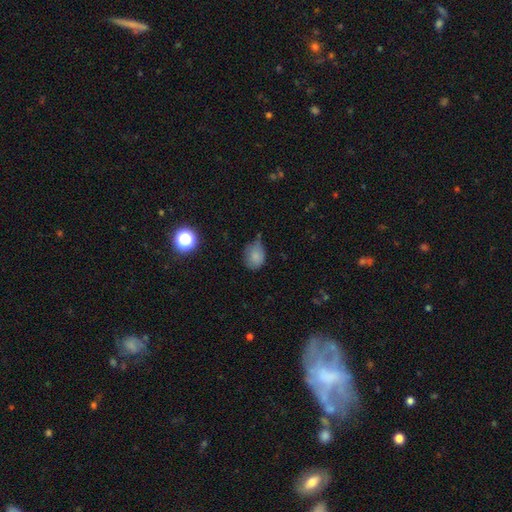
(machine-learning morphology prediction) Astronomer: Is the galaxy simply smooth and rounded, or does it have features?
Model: smooth — 80%.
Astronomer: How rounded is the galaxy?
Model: in between — 53% (runner-up: round, 46%).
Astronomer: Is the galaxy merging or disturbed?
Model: none — 45% (runner-up: minor disturbance, 41%).